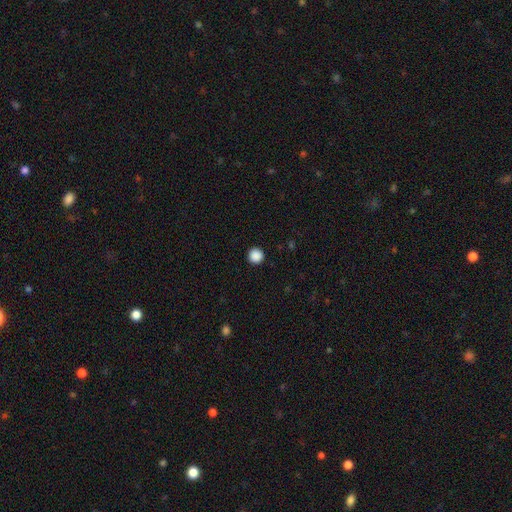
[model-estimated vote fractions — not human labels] Smooth or featured: smooth — 89% (star or artifact — 9%)
How rounded: round — 96% (in between — 3%)
Merging: none — 93% (minor disturbance — 4%)